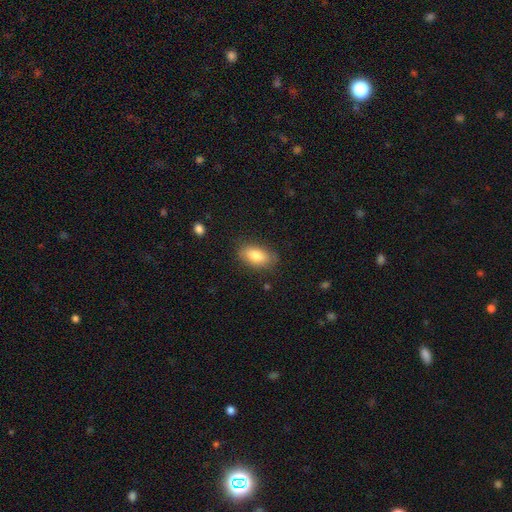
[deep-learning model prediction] smooth_or_featured: smooth (p=0.82) [alt: featured or disk p=0.11]
how_rounded: in between (p=0.88) [alt: cigar-shaped p=0.07]
merging: none (p=0.82) [alt: minor disturbance p=0.14]